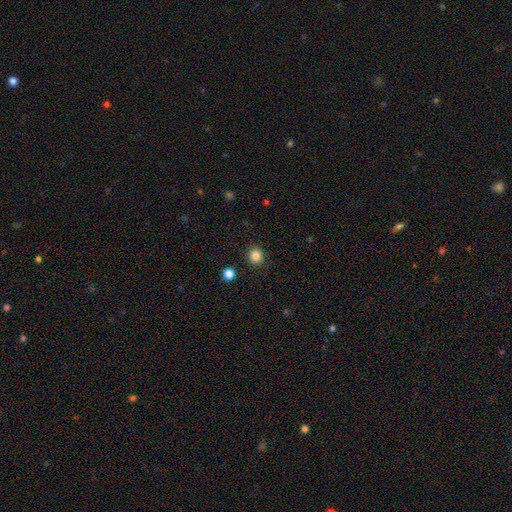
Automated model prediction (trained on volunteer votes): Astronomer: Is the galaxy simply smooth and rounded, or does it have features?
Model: smooth — 83%.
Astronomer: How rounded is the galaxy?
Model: round — 90%.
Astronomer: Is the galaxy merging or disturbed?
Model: none — 90%.